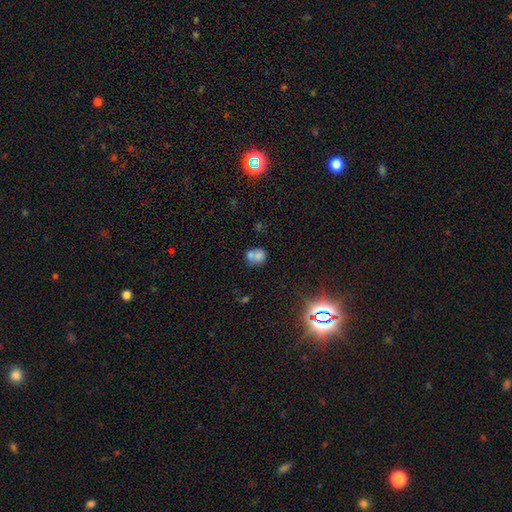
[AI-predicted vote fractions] Smooth or featured? smooth (69%)
How rounded? round (65%)
Merging? merger (53%)